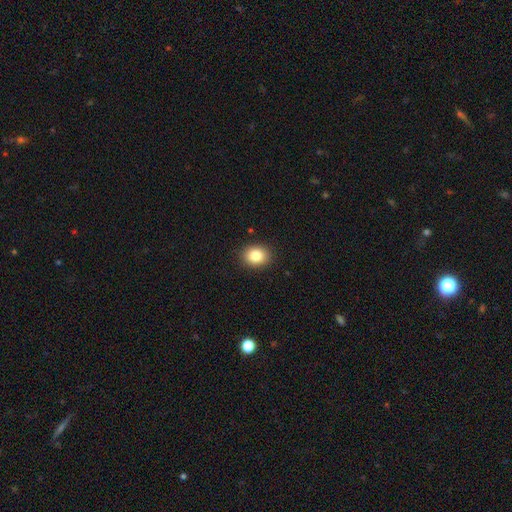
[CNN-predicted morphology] Smooth or featured?
  - smooth: 85% *
  - star or artifact: 9%
  - featured or disk: 6%
How rounded?
  - in between: 53% *
  - round: 47%
  - cigar-shaped: 1%
Merging?
  - none: 90% *
  - minor disturbance: 7%
  - major disturbance: 2%
  - merger: 1%